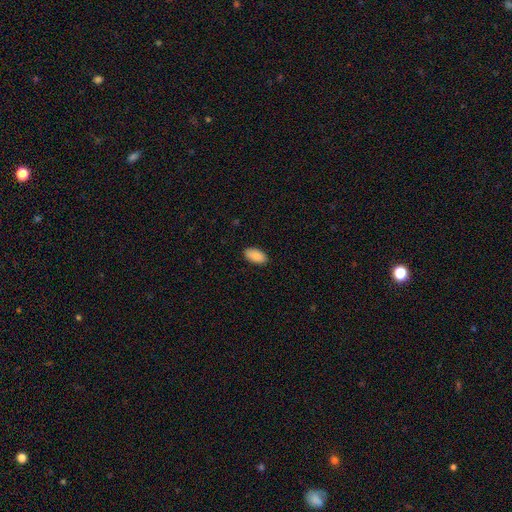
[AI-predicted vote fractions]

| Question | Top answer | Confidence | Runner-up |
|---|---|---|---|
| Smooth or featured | smooth | 90% | star or artifact (6%) |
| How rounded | in between | 95% | round (3%) |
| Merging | none | 89% | minor disturbance (8%) |